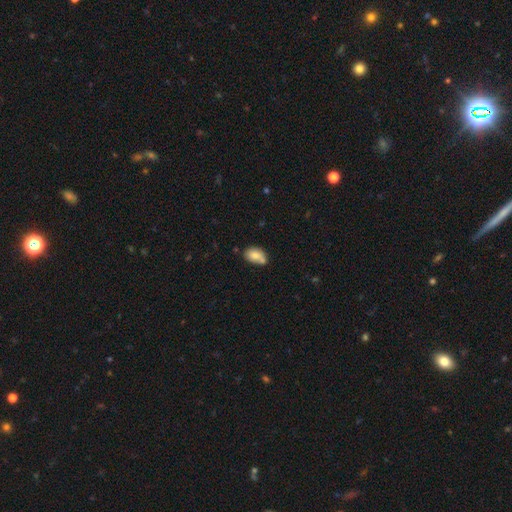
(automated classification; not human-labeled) Smooth or featured? smooth (79%)
How rounded? in between (84%)
Merging? none (47%)